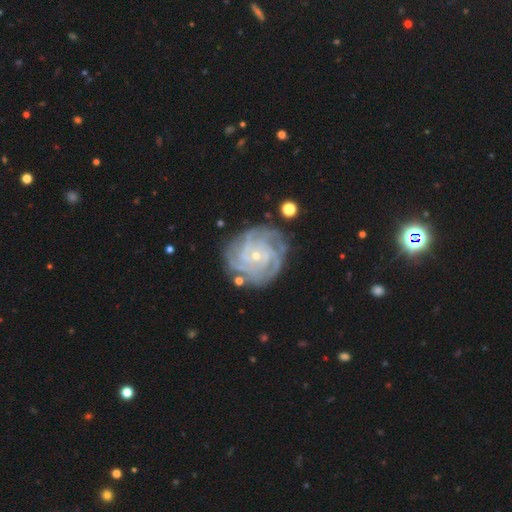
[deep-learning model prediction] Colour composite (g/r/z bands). It shows a featured or disk galaxy (86%) with no bar (75%), 4 (29%) tight (73%) spiral arms (96%) and a small central bulge (81%). Merging: none (75%).